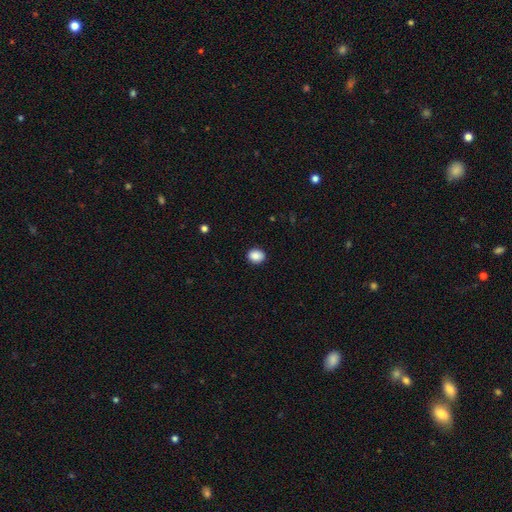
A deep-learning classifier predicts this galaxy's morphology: smooth 88%, star or artifact 9%, featured or disk 3%. Down the decision tree: how rounded — round (60%); merging — none (90%).